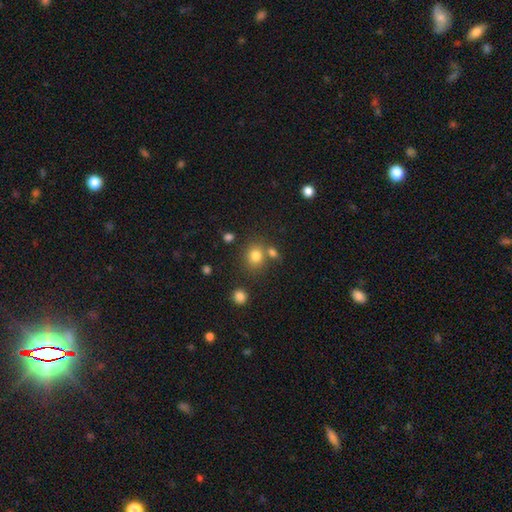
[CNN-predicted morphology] type=smooth (80%); roundness=round (75%); merging=none (65%).